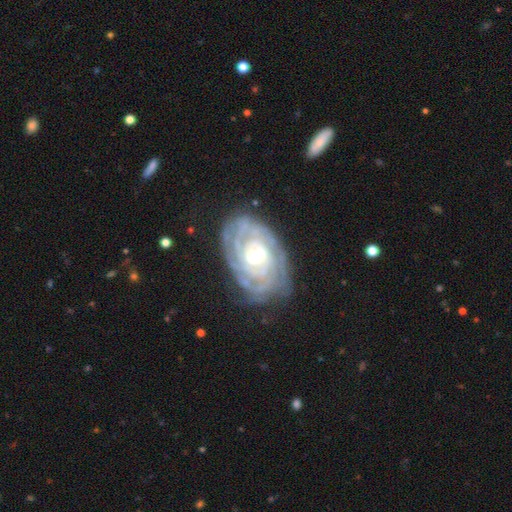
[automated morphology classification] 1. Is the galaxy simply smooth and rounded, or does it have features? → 88% featured or disk, 7% smooth, 5% star or artifact.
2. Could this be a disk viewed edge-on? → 96% no, 4% yes.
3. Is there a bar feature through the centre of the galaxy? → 53% no, 33% weak, 14% strong.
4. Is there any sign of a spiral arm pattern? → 96% yes, 4% no.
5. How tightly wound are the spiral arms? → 81% tight, 16% medium, 3% loose.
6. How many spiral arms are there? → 35% can't tell, 19% 3, 16% 2, 15% 4, 9% more than 4, 6% 1.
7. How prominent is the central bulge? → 72% moderate, 17% small, 9% large, 1% dominant, 1% none.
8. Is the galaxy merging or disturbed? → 76% none, 17% minor disturbance, 5% major disturbance, 1% merger.